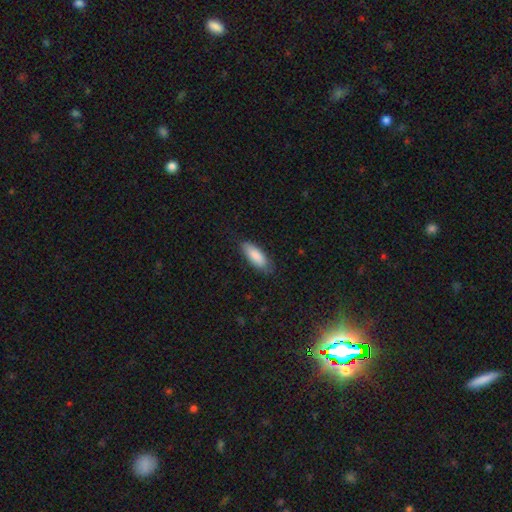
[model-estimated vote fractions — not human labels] Morphology: type=smooth (88%); roundness=in between (73%); merging=none (80%).